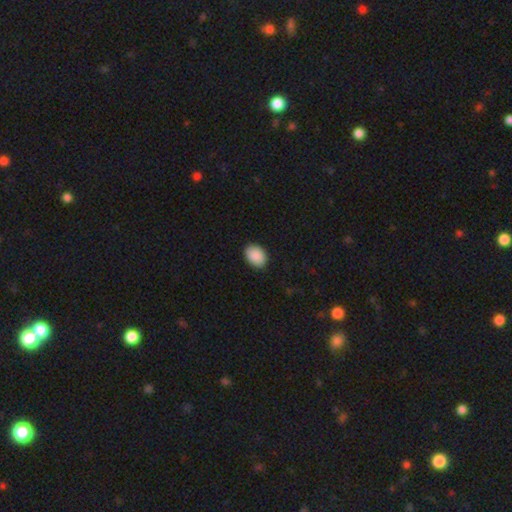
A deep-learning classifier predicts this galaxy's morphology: A smooth galaxy with no disk features (90%) that is in between round and cigar-shaped (73%). Merging: none (88%).